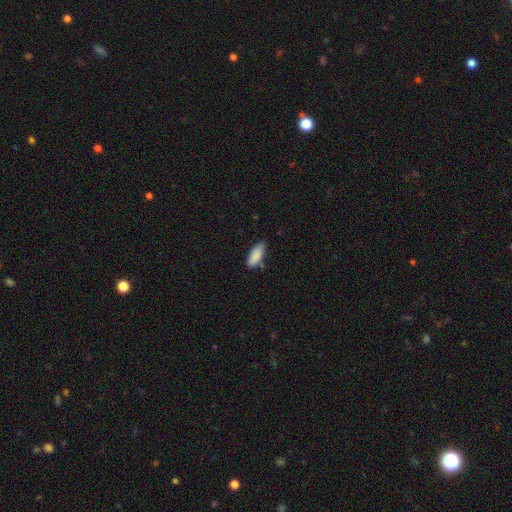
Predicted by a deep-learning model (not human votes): Smooth or featured: smooth — 88% (star or artifact — 6%)
How rounded: in between — 76% (cigar-shaped — 22%)
Merging: none — 71% (minor disturbance — 22%)